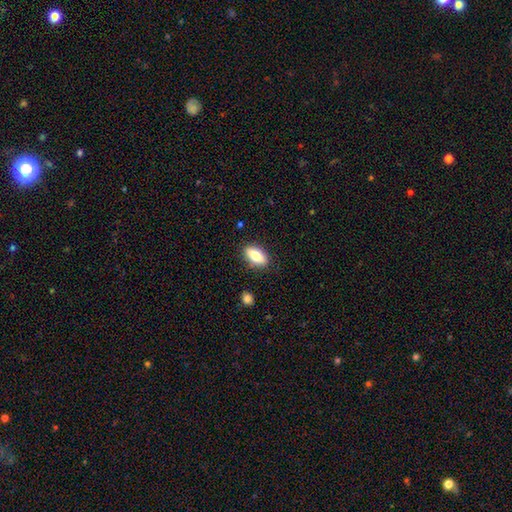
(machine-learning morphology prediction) type=smooth (75%); roundness=in between (85%); merging=none (86%).